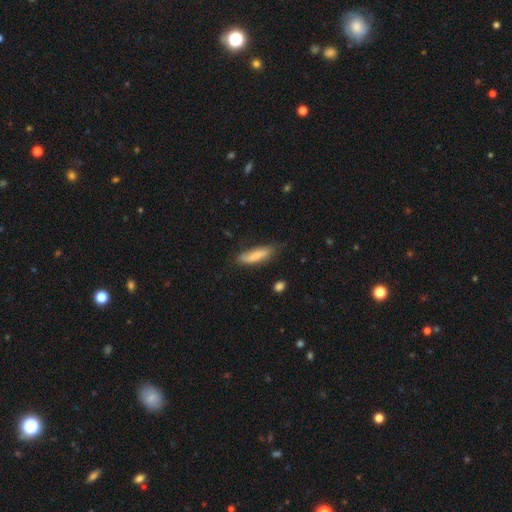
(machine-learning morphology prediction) This is likely a smooth galaxy (73%). How rounded: possibly cigar-shaped (58%). Merging: likely none (66%).